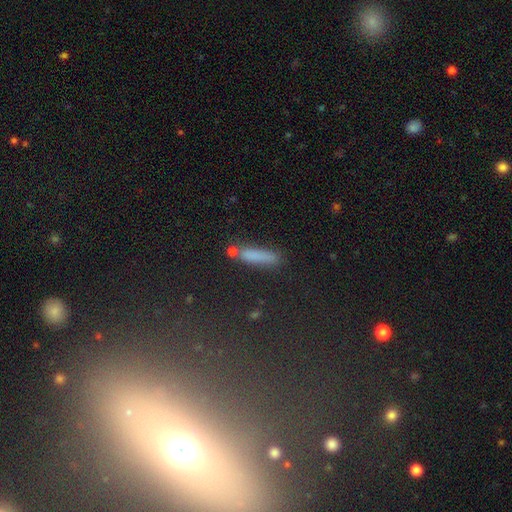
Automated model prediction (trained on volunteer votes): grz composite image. It shows a smooth galaxy with no disk features (77%) that is cigar-shaped (84%). Merging: none (70%).